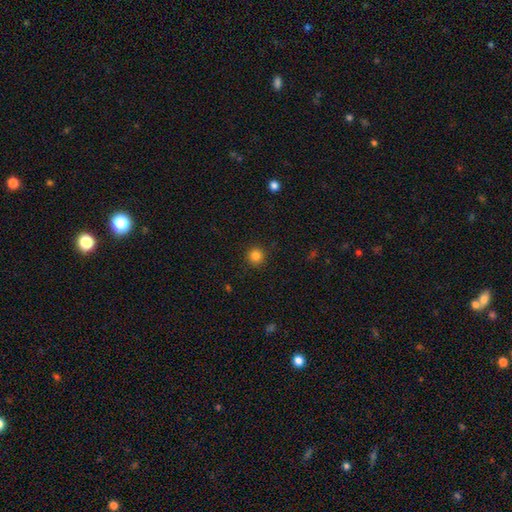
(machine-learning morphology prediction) Smooth or featured?
  - smooth: 84% *
  - star or artifact: 12%
  - featured or disk: 4%
How rounded?
  - round: 94% *
  - in between: 5%
  - cigar-shaped: 1%
Merging?
  - none: 92% *
  - minor disturbance: 5%
  - major disturbance: 2%
  - merger: 1%